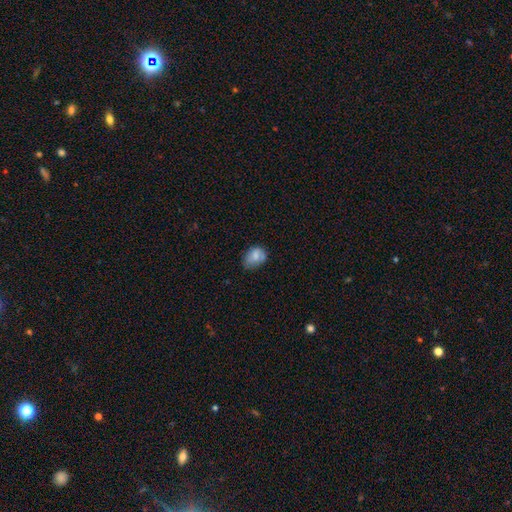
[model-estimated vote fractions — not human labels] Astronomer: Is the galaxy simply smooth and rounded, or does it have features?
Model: smooth — 73%.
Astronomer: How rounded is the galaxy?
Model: in between — 69%.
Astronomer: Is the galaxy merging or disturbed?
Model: none — 50% (runner-up: minor disturbance, 33%).